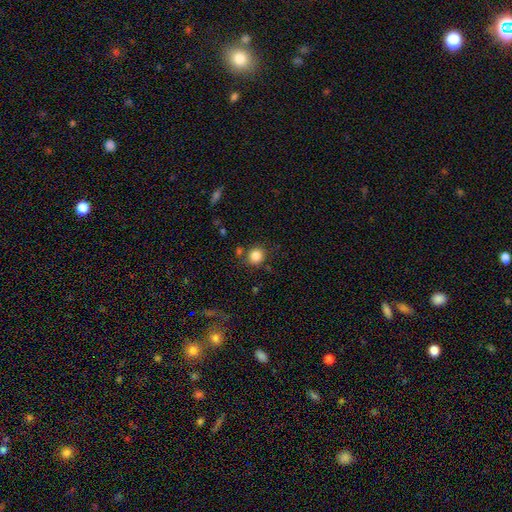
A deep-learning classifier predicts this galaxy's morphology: Smooth or featured? smooth (85%)
How rounded? round (87%)
Merging? none (80%)